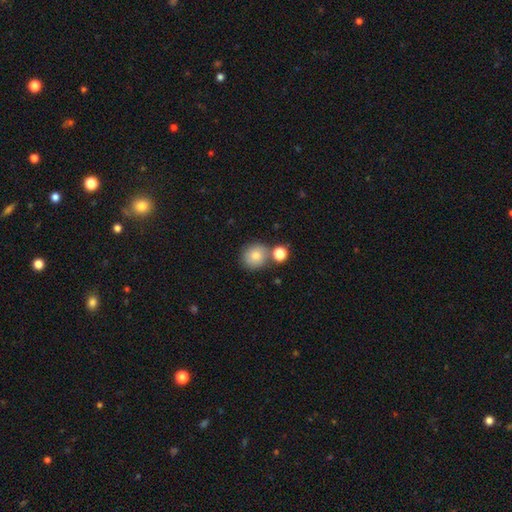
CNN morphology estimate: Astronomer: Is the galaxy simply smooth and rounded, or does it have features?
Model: smooth — 80%.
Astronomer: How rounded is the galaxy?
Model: round — 85%.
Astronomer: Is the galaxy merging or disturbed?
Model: none — 65%.